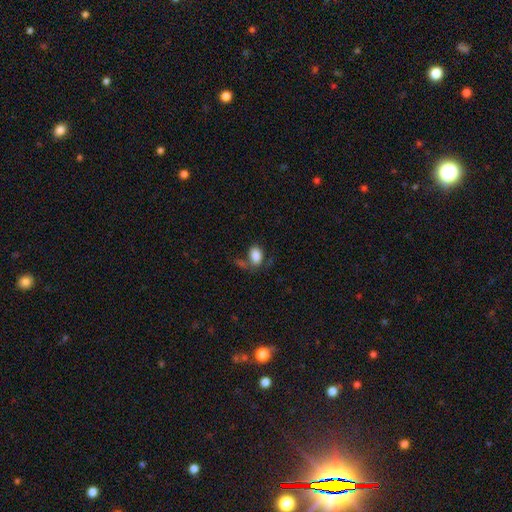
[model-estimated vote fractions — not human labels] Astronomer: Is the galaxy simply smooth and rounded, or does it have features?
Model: smooth — 85%.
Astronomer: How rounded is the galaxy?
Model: in between — 83%.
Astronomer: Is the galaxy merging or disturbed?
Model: none — 51%.